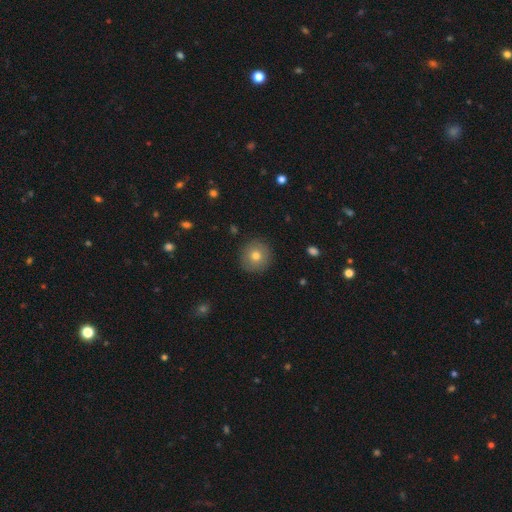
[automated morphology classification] A smooth galaxy with no disk features (75%) that is round (94%). Merging: none (90%).